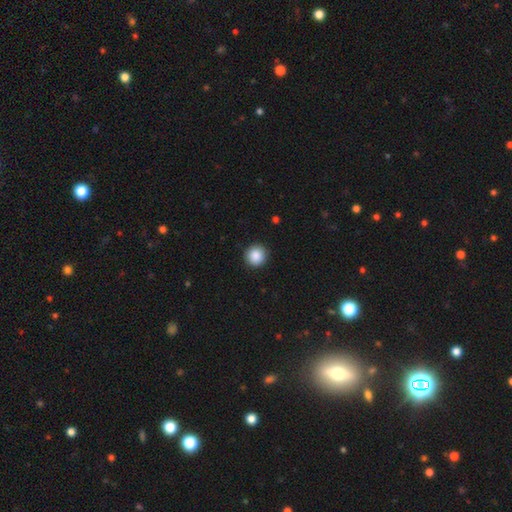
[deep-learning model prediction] Smooth or featured? Predicted: smooth (p=0.89). How rounded? Predicted: round (p=0.95). Merging? Predicted: none (p=0.92).